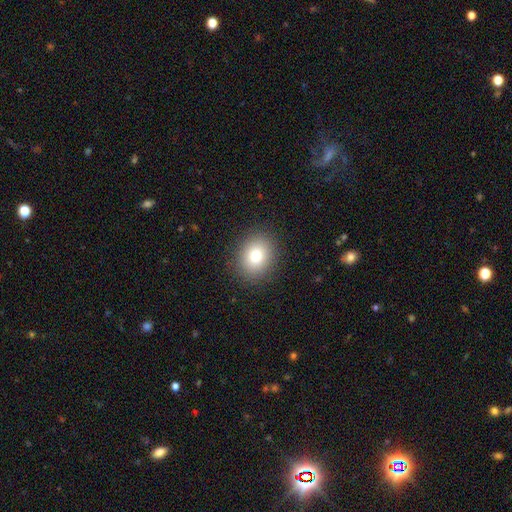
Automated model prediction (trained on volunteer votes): This is likely a smooth galaxy (80%). How rounded: possibly round (60%). Merging: clearly none (89%).